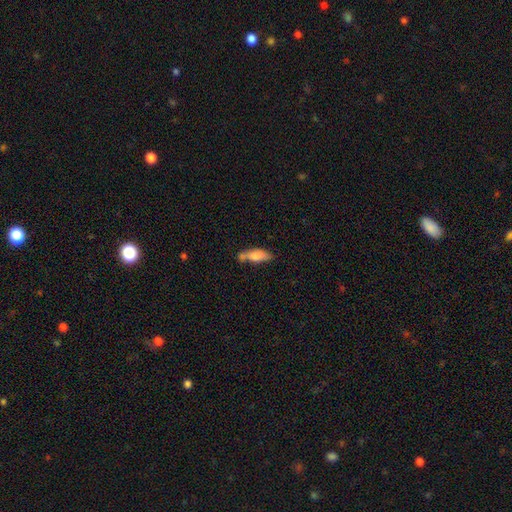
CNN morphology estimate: This is likely a smooth galaxy (76%). How rounded: possibly in between (59%). Merging: possibly none (48%).